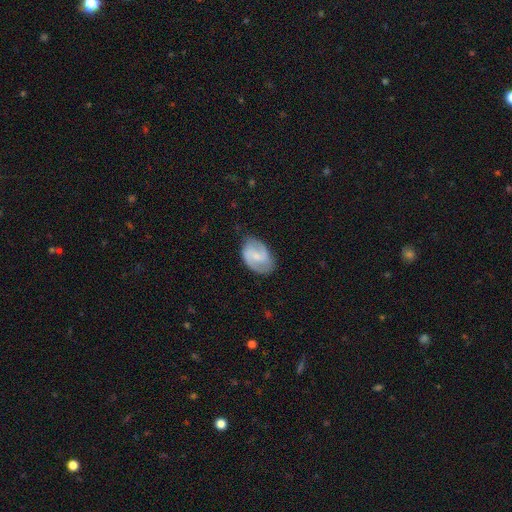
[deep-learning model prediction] Overall: featured or disk (67%). Edge-on disk: no (97%). Bar: weak (53%; no 32%). Spiral arms: yes (92%). Spiral arm count: 2 (87%). Spiral winding: medium (51%; loose 26%). Bulge size: small (48%; moderate 30%). Merging: none (74%).